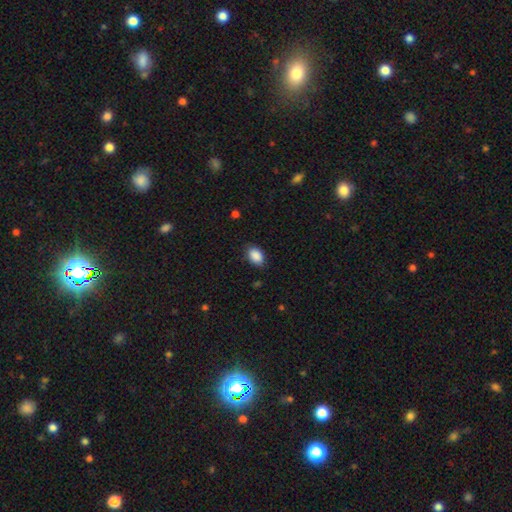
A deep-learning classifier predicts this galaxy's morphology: smooth-or-featured: smooth: 89% | star or artifact: 7% | featured or disk: 3%
  how-rounded: in between: 86% | round: 13% | cigar-shaped: 1%
  merging: none: 82% | minor disturbance: 14% | major disturbance: 3% | merger: 1%